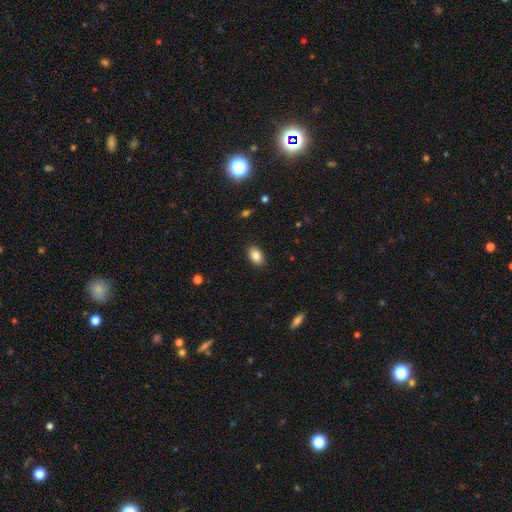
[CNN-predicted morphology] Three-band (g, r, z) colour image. It shows a smooth galaxy with no disk features (85%) that is in between round and cigar-shaped (89%). Merging: none (89%).